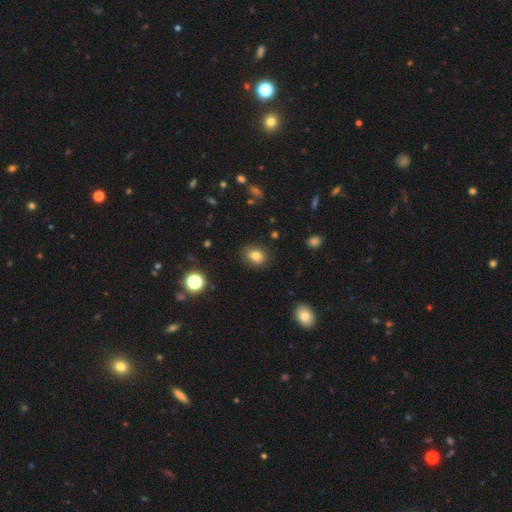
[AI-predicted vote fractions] Smooth or featured: smooth — 79% (star or artifact — 12%)
How rounded: in between — 53% (round — 46%)
Merging: none — 83% (minor disturbance — 12%)